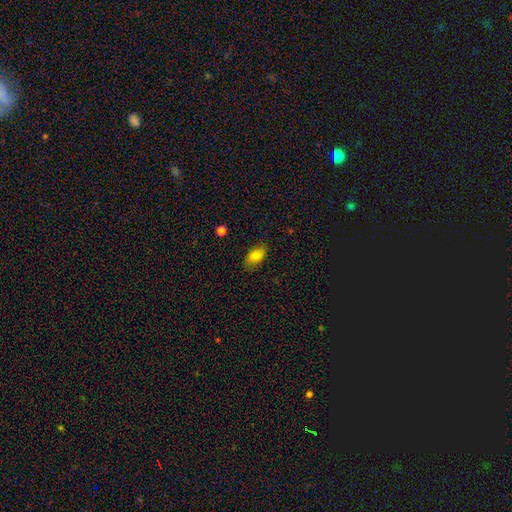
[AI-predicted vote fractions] Q: Smooth or featured?
A: smooth (79%); runner-up: featured or disk (12%)
Q: How rounded?
A: in between (91%); runner-up: round (6%)
Q: Merging?
A: none (84%); runner-up: minor disturbance (12%)